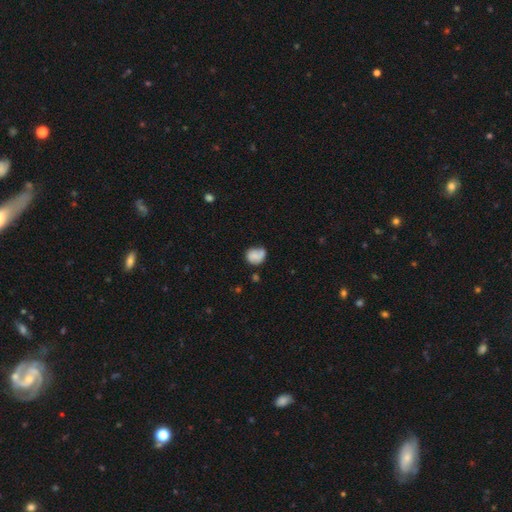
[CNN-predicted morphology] smooth-or-featured: smooth: 71% | featured or disk: 20% | star or artifact: 9%
  how-rounded: round: 57% | in between: 42% | cigar-shaped: 1%
  merging: none: 46% | minor disturbance: 34% | major disturbance: 11% | merger: 9%